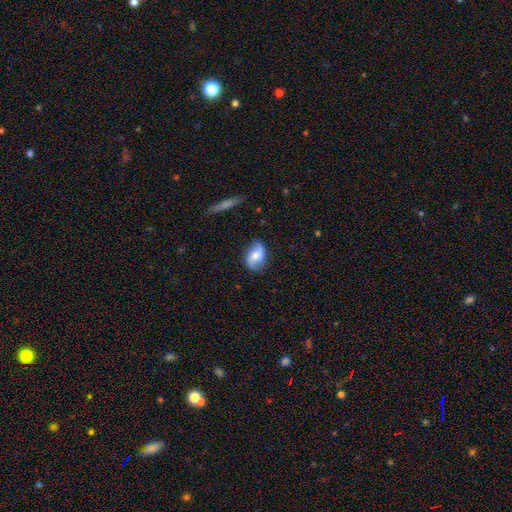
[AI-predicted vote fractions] Morphology: type=smooth (52%); roundness=in between (85%); merging=none (73%).